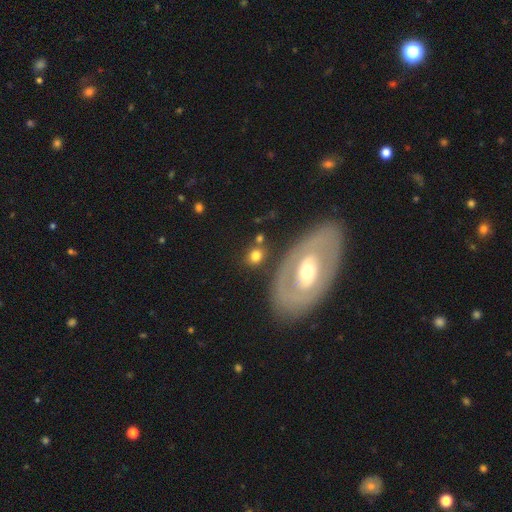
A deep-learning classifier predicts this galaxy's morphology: smooth_or_featured: smooth (p=0.69) [alt: featured or disk p=0.23]
how_rounded: round (p=0.60) [alt: in between p=0.38]
merging: none (p=0.72) [alt: minor disturbance p=0.12]